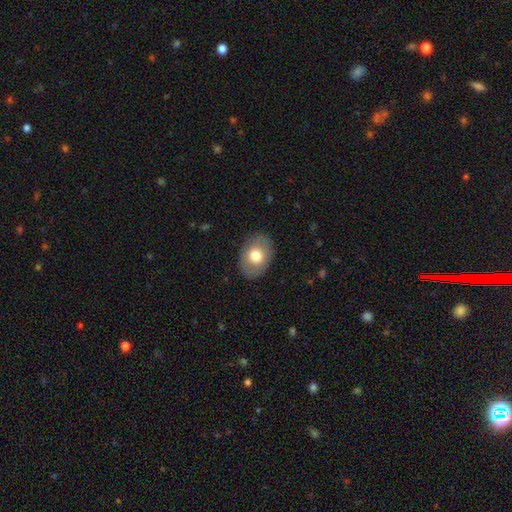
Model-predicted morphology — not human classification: Q: Smooth or featured?
A: smooth (67%); runner-up: featured or disk (26%)
Q: How rounded?
A: in between (72%); runner-up: round (27%)
Q: Merging?
A: none (84%); runner-up: minor disturbance (11%)